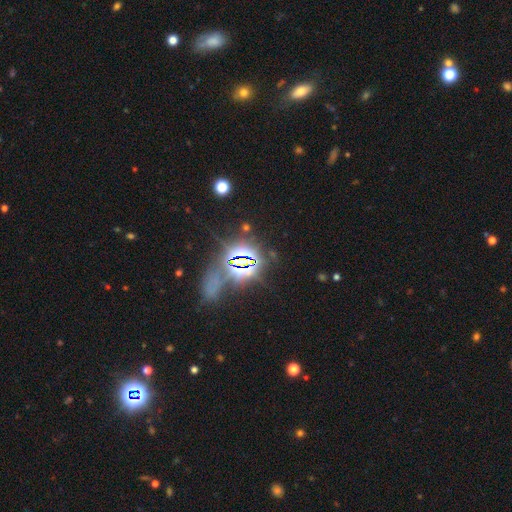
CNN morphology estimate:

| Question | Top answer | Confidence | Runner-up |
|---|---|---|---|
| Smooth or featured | star or artifact | 81% | smooth (11%) |